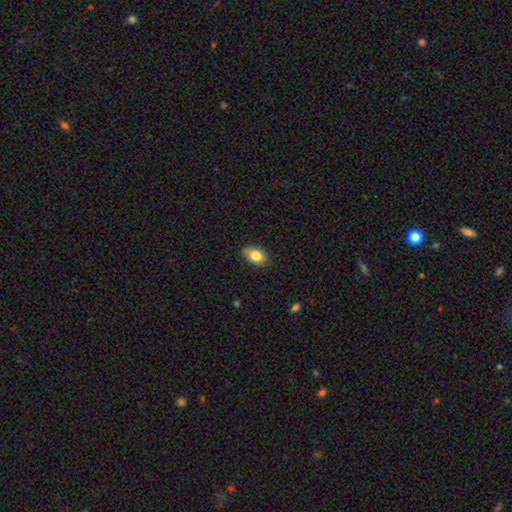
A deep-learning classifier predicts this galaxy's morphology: Smooth or featured? smooth (82%)
How rounded? in between (83%)
Merging? none (75%)